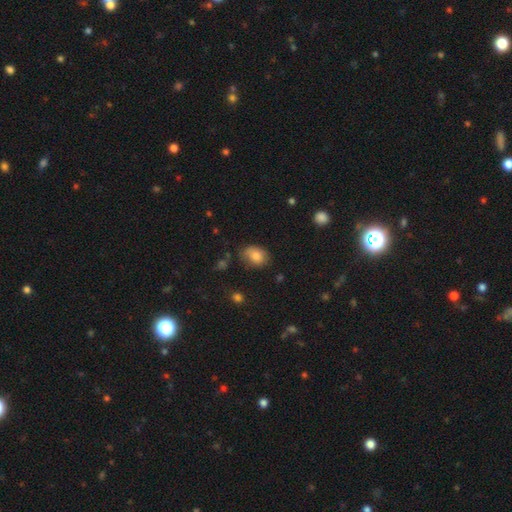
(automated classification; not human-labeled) Smooth or featured?
  - smooth: 81% *
  - featured or disk: 10%
  - star or artifact: 9%
How rounded?
  - in between: 69% *
  - round: 30%
  - cigar-shaped: 1%
Merging?
  - none: 63% *
  - minor disturbance: 28%
  - major disturbance: 7%
  - merger: 3%